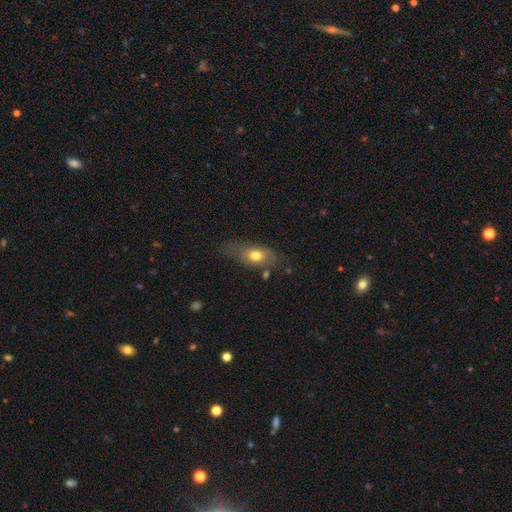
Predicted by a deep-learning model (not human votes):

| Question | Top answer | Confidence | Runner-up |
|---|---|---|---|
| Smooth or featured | smooth | 67% | featured or disk (24%) |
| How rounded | in between | 79% | round (12%) |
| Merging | none | 49% | minor disturbance (29%) |